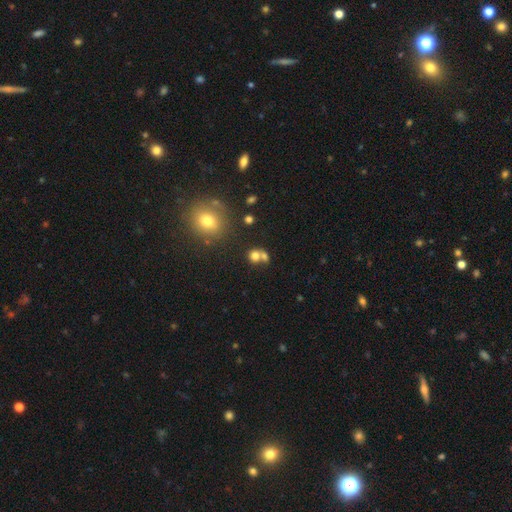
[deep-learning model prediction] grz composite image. It shows a smooth galaxy with no disk features (74%) that is round (79%). Merging: merger (44%).